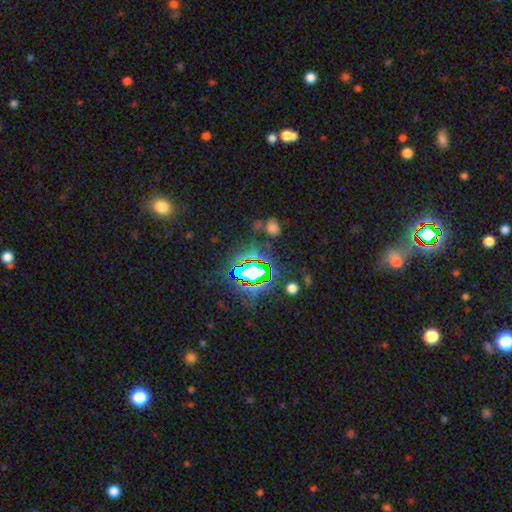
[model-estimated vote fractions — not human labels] Smooth or featured? star or artifact (80%)